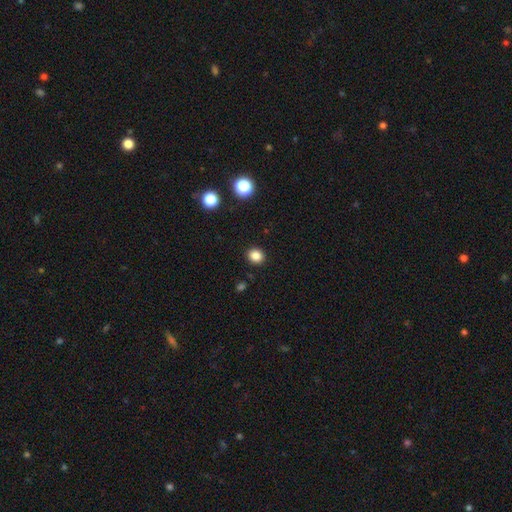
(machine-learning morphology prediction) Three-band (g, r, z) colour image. It shows a smooth galaxy with no disk features (85%) that is round (77%). Merging: none (91%).